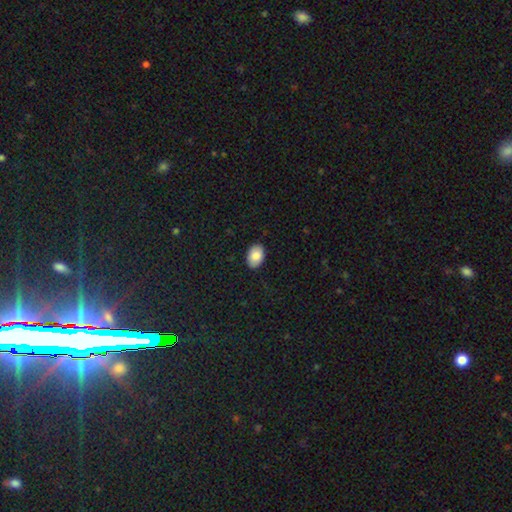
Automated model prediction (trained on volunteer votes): The model was most divided on "how rounded": in between: 87%, round: 12%, cigar-shaped: 1%. More confident: merging — none (89%); smooth or featured — smooth (87%).